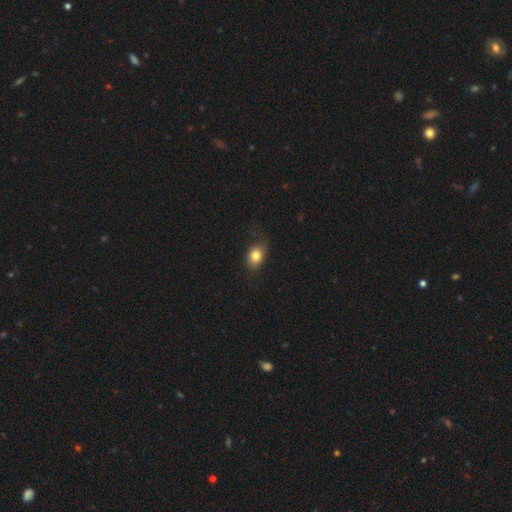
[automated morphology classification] Smooth or featured? Predicted: smooth (p=0.81). How rounded? Predicted: in between (p=0.62). Merging? Predicted: none (p=0.69).